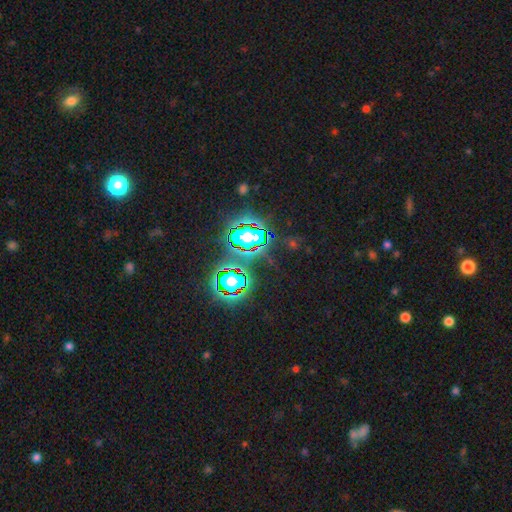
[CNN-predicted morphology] Smooth or featured? Predicted: star or artifact (p=0.81).